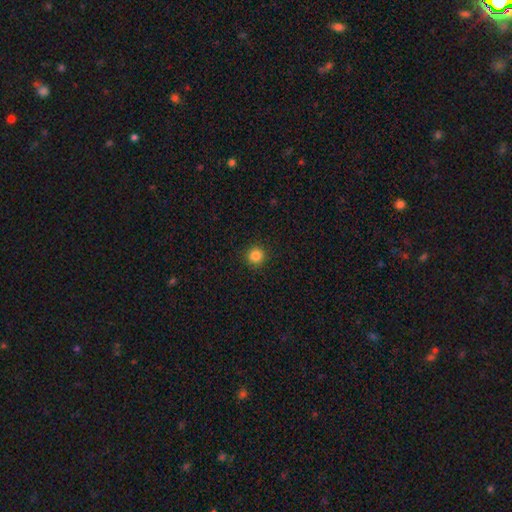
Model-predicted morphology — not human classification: Smooth or featured? Predicted: smooth (p=0.84). How rounded? Predicted: round (p=0.95). Merging? Predicted: none (p=0.93).